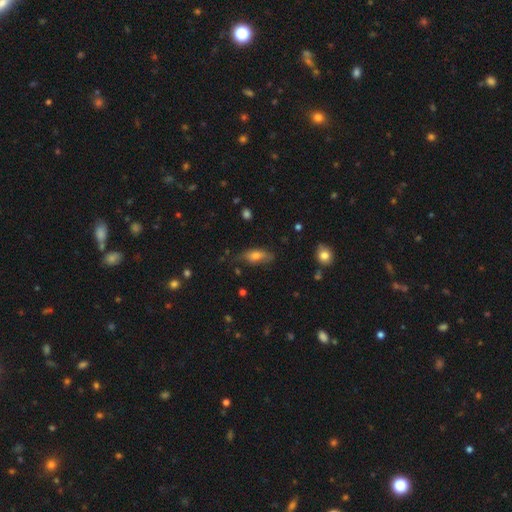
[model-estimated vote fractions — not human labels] smooth_or_featured: smooth (p=0.67) [alt: featured or disk p=0.25]
how_rounded: in between (p=0.76) [alt: cigar-shaped p=0.20]
merging: none (p=0.64) [alt: minor disturbance p=0.27]